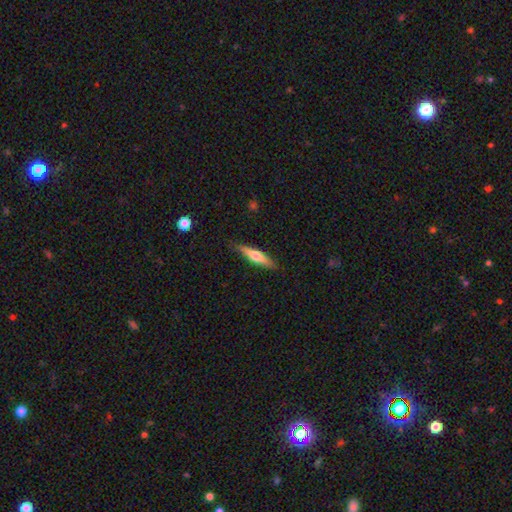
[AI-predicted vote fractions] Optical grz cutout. It shows a featured or disk galaxy (47%, tied with smooth). Merging: none (86%).